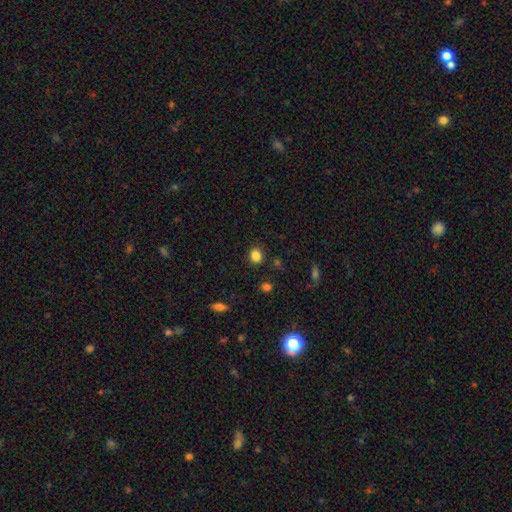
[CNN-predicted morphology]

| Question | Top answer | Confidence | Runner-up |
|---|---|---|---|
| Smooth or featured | smooth | 85% | star or artifact (11%) |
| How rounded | round | 73% | in between (26%) |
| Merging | none | 88% | minor disturbance (8%) |